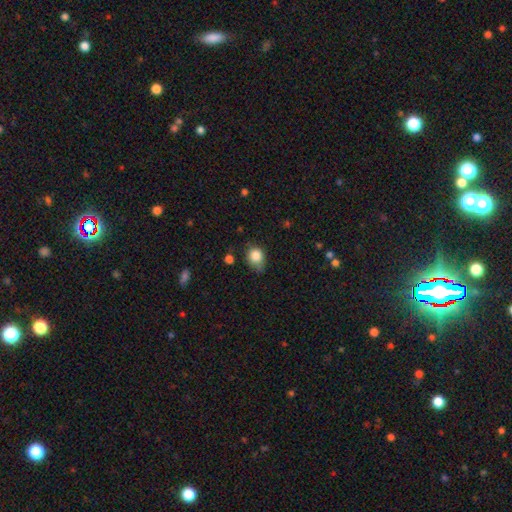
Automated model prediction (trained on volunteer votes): Smooth or featured: smooth — 84% (star or artifact — 10%)
How rounded: round — 67% (in between — 32%)
Merging: none — 56% (minor disturbance — 33%)